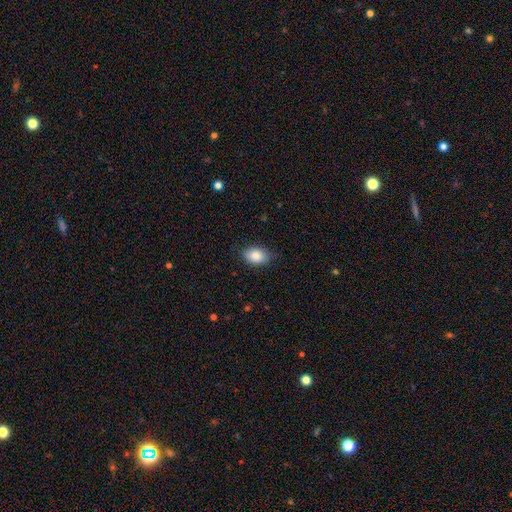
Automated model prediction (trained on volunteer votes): Morphology: type=smooth (85%); roundness=in between (85%); merging=none (83%).